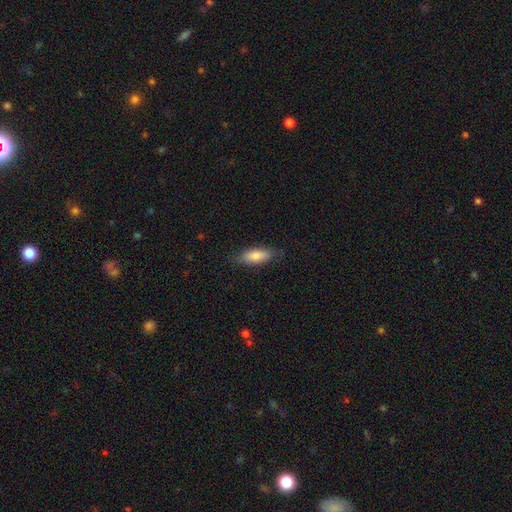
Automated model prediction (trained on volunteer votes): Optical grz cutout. It shows a smooth galaxy with no disk features (78%) that is in between round and cigar-shaped (70%). Merging: none (79%).